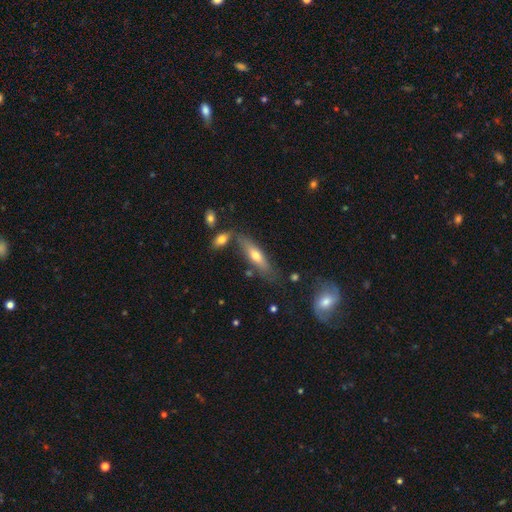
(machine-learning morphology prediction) Smooth or featured? smooth (54%)
How rounded? cigar-shaped (63%)
Merging? none (67%)